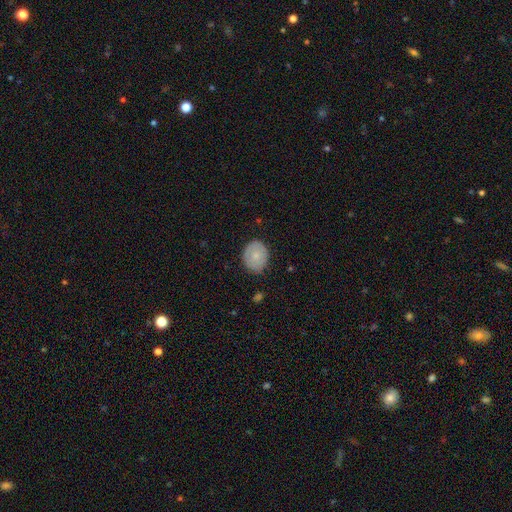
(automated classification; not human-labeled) A smooth galaxy with no disk features (73%) that is round (58%).

Vote fractions:
- Smooth or featured? smooth: 73% / featured or disk: 20% / star or artifact: 6%
- How rounded? round: 58% / in between: 41% / cigar-shaped: 1%
- Merging? none: 80% / minor disturbance: 16% / major disturbance: 3% / merger: 1%